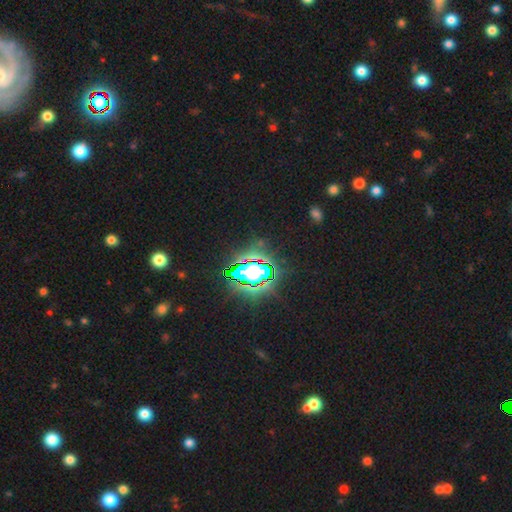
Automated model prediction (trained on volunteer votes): Smooth or featured: star or artifact — 82% (smooth — 11%)